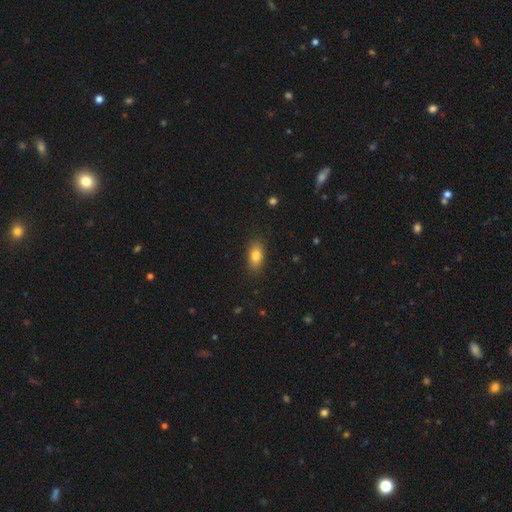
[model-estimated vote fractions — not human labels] A smooth galaxy with no disk features (81%) that is in between round and cigar-shaped (87%). Merging: none (87%).